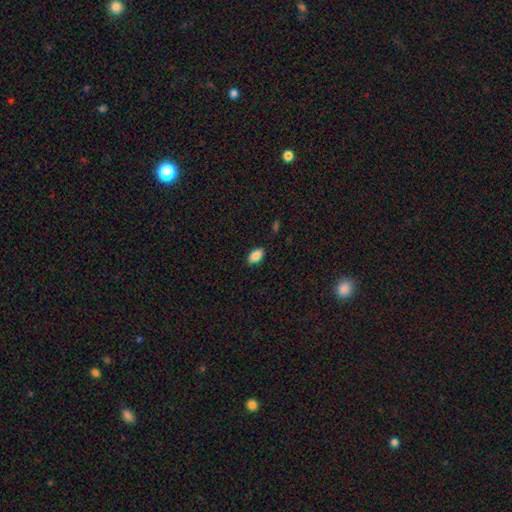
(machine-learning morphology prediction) smooth_or_featured: smooth (p=0.85) [alt: star or artifact p=0.08]
how_rounded: in between (p=0.92) [alt: round p=0.05]
merging: none (p=0.87) [alt: minor disturbance p=0.09]